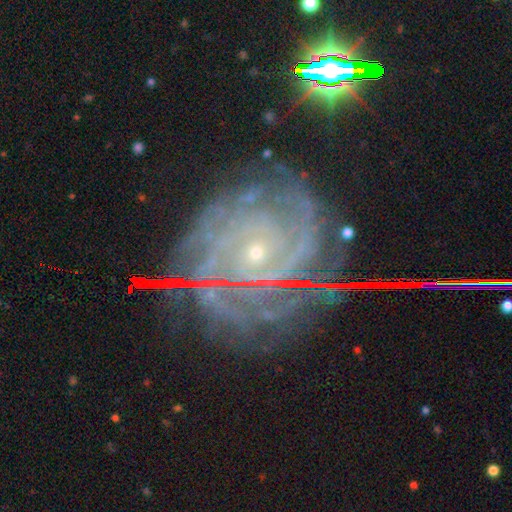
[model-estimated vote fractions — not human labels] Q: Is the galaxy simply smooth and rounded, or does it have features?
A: featured or disk — 85%.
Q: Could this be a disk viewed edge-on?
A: no — 97%.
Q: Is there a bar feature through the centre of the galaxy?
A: no — 73%.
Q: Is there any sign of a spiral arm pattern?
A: yes — 96%.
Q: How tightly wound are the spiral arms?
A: tight — 75%.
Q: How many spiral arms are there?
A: can't tell — 27%.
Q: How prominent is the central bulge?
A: small — 84%.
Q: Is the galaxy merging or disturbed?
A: none — 67%.